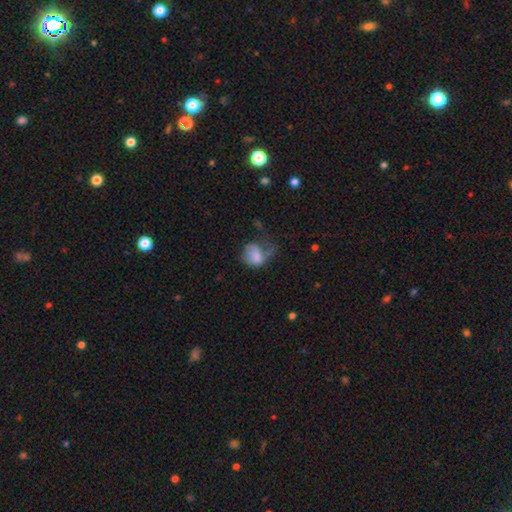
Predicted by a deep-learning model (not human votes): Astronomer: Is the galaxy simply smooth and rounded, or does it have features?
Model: smooth — 68%.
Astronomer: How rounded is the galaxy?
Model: in between — 56% (runner-up: round, 43%).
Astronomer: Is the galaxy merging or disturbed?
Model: major disturbance — 52%.